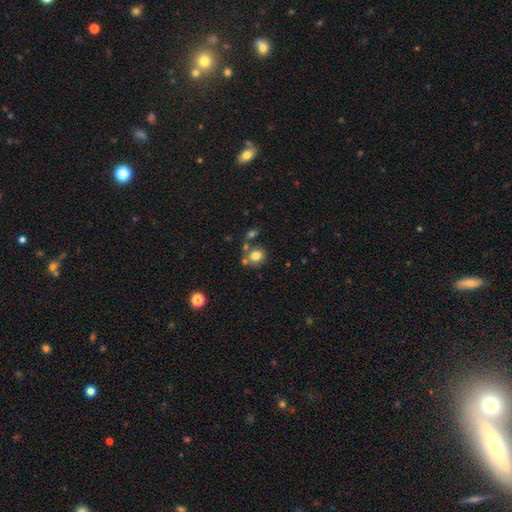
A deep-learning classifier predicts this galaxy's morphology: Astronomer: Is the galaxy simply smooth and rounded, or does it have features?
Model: smooth — 78%.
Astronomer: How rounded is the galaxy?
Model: round — 66%.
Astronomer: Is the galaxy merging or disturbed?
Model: none — 62%.